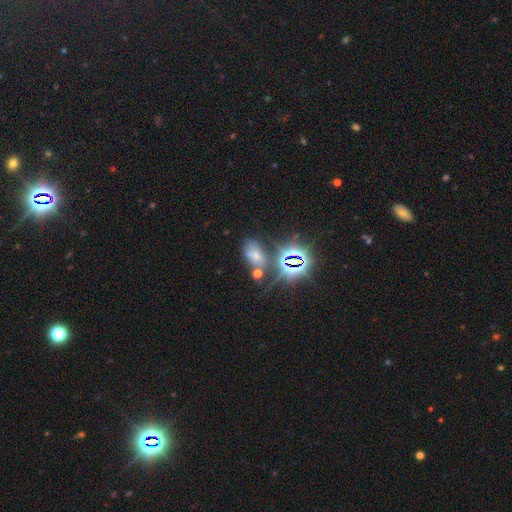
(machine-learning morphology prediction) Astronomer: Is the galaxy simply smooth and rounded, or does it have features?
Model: star or artifact — 43% (runner-up: smooth, 41%).